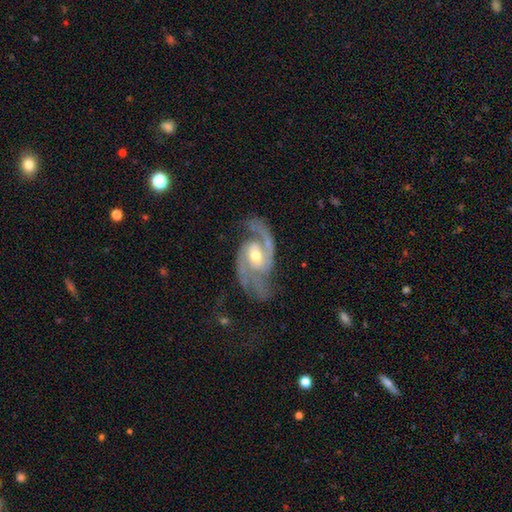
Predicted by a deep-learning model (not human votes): smooth-or-featured: featured or disk: 91% | star or artifact: 5% | smooth: 4%
  disk-edge-on: no: 97% | yes: 3%
    bar: no: 52% | weak: 36% | strong: 12%
    has-spiral-arms: yes: 98% | no: 2%
      spiral-winding: medium: 56% | tight: 23% | loose: 21%
      spiral-arm-count: 2: 89% | 3: 3% | can't tell: 3% | 1: 2% | 4: 1% | more than 4: 1%
    bulge-size: moderate: 61% | small: 33% | large: 4% | none: 1% | dominant: 1%
  merging: none: 68% | minor disturbance: 18% | major disturbance: 12% | merger: 3%